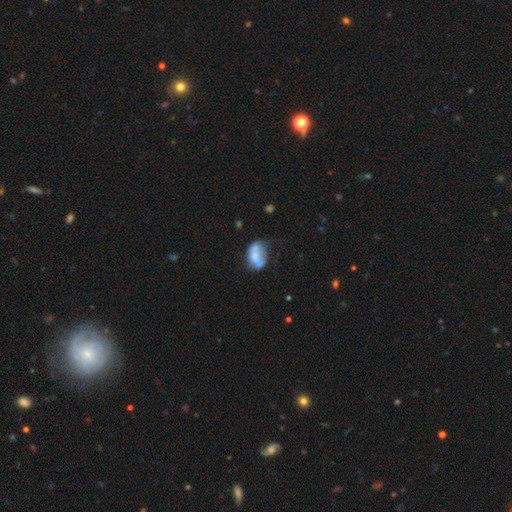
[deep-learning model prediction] A smooth galaxy with no disk features (53%) that is in between round and cigar-shaped (79%).

Vote fractions:
- Smooth or featured? smooth: 53% / featured or disk: 38% / star or artifact: 8%
- How rounded? in between: 79% / round: 20% / cigar-shaped: 1%
- Merging? none: 34% / minor disturbance: 28% / merger: 23% / major disturbance: 16%